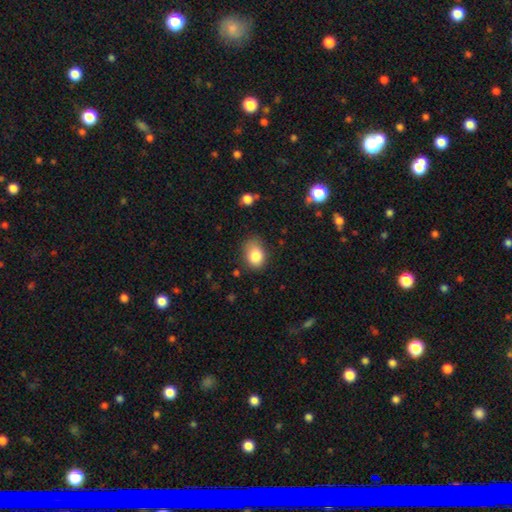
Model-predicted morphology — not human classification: This appears to be a smooth galaxy with no disk features (84%) that is in between round and cigar-shaped (68%). Merging: none (63%).